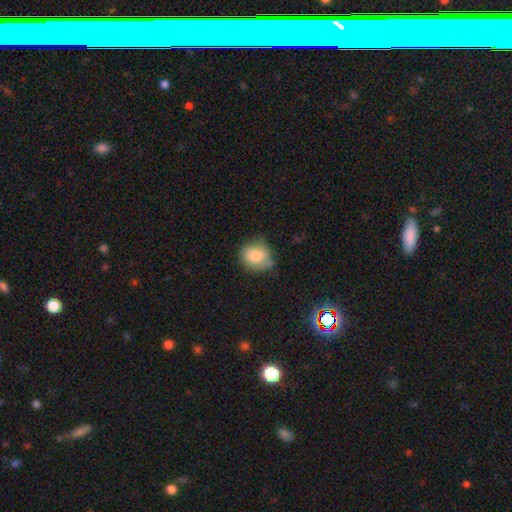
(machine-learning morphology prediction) Q: Smooth or featured?
A: smooth (81%); runner-up: featured or disk (11%)
Q: How rounded?
A: round (67%); runner-up: in between (32%)
Q: Merging?
A: none (62%); runner-up: minor disturbance (29%)